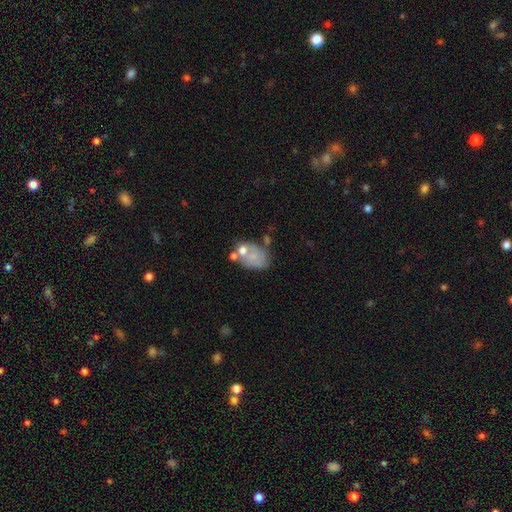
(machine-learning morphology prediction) Smooth or featured? smooth (52%)
How rounded? in between (78%)
Merging? none (36%)